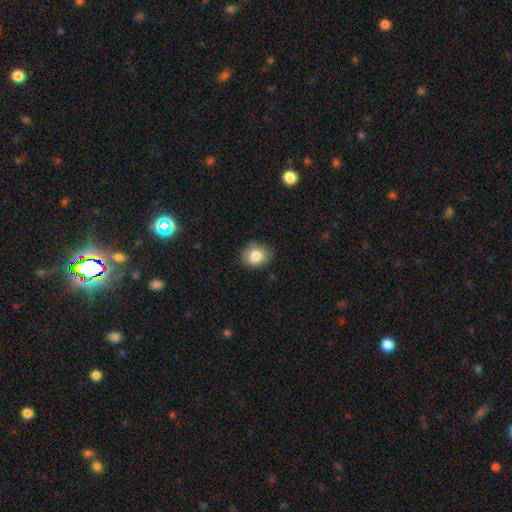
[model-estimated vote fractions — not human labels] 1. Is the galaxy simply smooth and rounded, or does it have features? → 83% smooth, 9% featured or disk, 8% star or artifact.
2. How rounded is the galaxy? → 57% round, 42% in between, 1% cigar-shaped.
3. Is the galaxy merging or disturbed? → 75% none, 20% minor disturbance, 4% major disturbance, 1% merger.